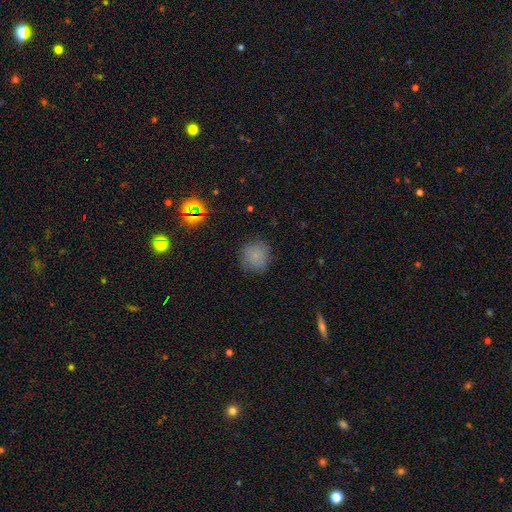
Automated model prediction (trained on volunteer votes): smooth-or-featured: smooth: 77% | star or artifact: 15% | featured or disk: 9%
  how-rounded: round: 88% | in between: 11% | cigar-shaped: 1%
  merging: none: 79% | minor disturbance: 15% | major disturbance: 4% | merger: 1%